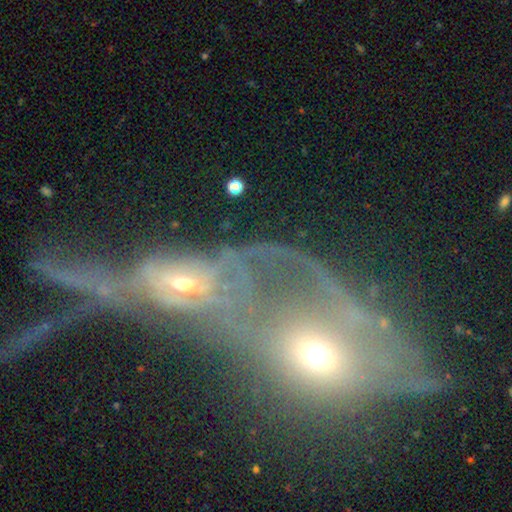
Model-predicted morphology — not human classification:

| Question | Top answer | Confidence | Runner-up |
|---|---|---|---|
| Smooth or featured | featured or disk | 55% | smooth (27%) |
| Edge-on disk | no | 89% | yes (11%) |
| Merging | merger | 73% | major disturbance (14%) |